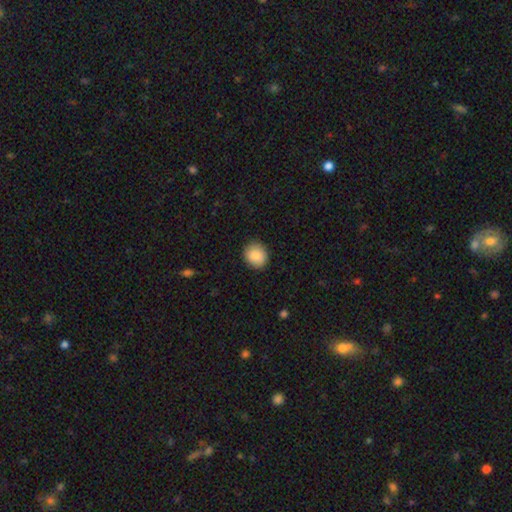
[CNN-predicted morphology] Q: Smooth or featured?
A: smooth (88%); runner-up: star or artifact (7%)
Q: How rounded?
A: round (79%); runner-up: in between (20%)
Q: Merging?
A: none (89%); runner-up: minor disturbance (8%)